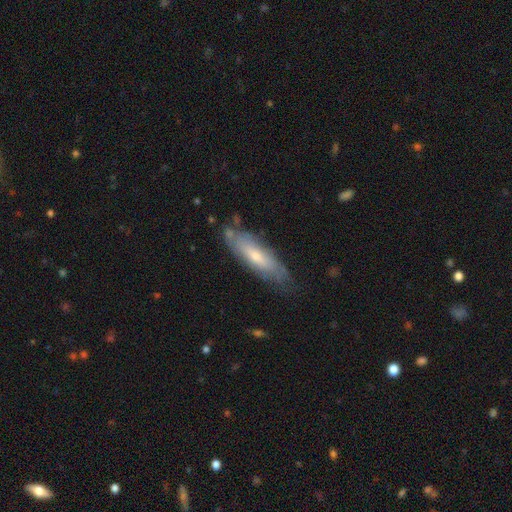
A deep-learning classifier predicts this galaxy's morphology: This appears to be a featured or disk galaxy (48%). Merging: none (70%).